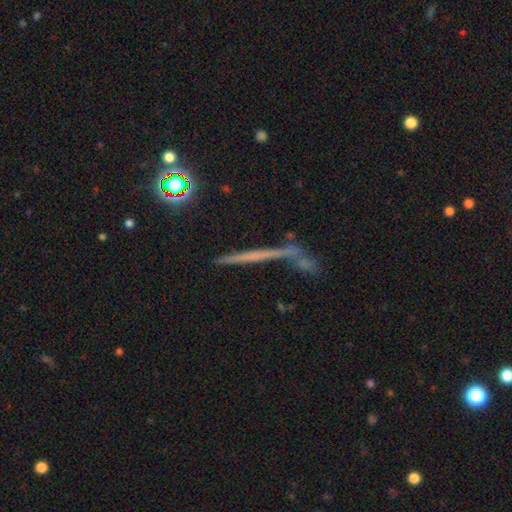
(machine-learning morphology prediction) Smooth or featured? featured or disk (47%)
Merging? none (62%)